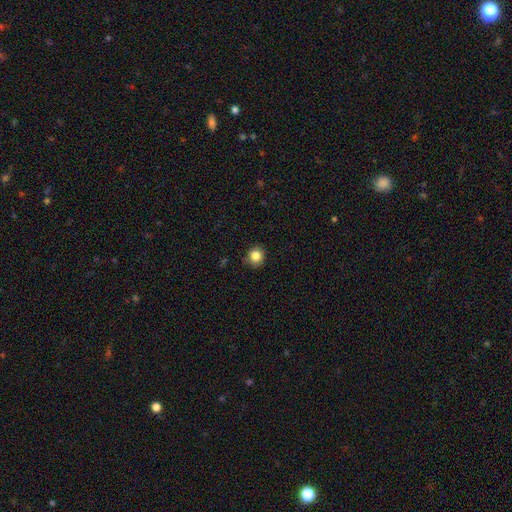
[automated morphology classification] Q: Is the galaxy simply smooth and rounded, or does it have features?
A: smooth — 84%.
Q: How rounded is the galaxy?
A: round — 90%.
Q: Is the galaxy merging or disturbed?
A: none — 86%.